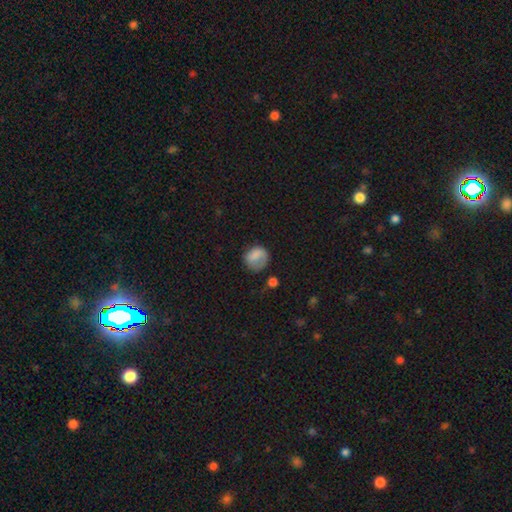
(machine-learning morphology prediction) A smooth galaxy with no disk features (79%) that is round (76%).

Vote fractions:
- Smooth or featured? smooth: 79% / featured or disk: 12% / star or artifact: 9%
- How rounded? round: 76% / in between: 23% / cigar-shaped: 1%
- Merging? none: 57% / minor disturbance: 26% / major disturbance: 14% / merger: 3%